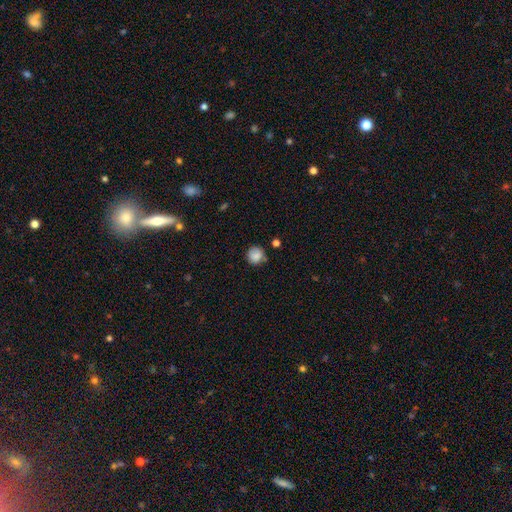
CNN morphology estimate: Smooth or featured? Predicted: smooth (p=0.86). How rounded? Predicted: round (p=0.92). Merging? Predicted: none (p=0.77).